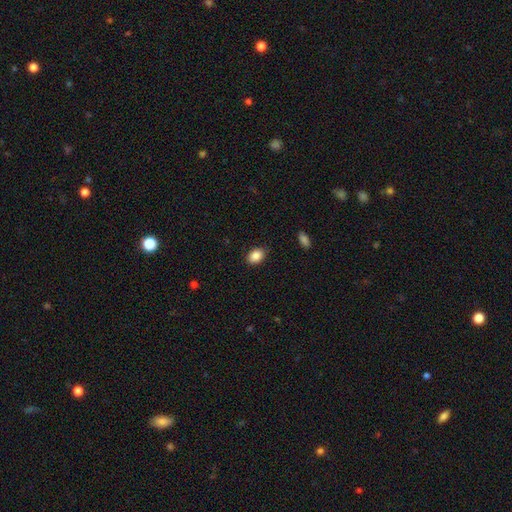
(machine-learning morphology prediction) This appears to be a smooth galaxy with no disk features (87%) that is in between round and cigar-shaped (81%). Merging: none (86%).